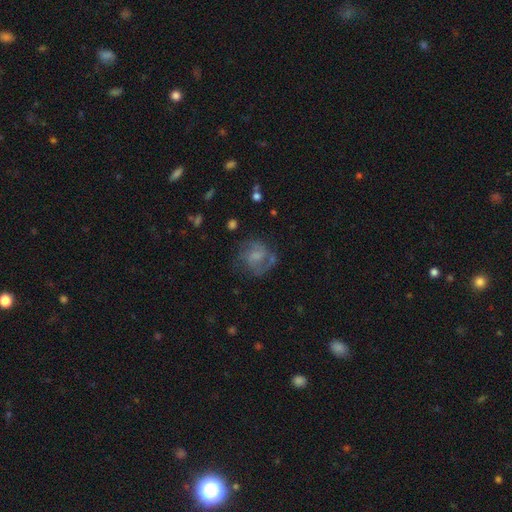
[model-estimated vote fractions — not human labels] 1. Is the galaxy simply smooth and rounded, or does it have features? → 62% featured or disk, 29% smooth, 10% star or artifact.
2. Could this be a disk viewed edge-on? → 98% no, 2% yes.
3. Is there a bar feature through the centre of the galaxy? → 47% no, 44% weak, 9% strong.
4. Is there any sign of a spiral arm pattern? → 84% yes, 16% no.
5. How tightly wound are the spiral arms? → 49% medium, 26% loose, 25% tight.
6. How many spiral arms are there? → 65% 2, 17% can't tell, 7% 3, 7% 1, 2% 4, 2% more than 4.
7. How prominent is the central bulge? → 37% none, 29% small, 25% moderate, 7% large, 2% dominant.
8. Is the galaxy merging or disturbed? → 60% none, 20% minor disturbance, 17% major disturbance, 3% merger.